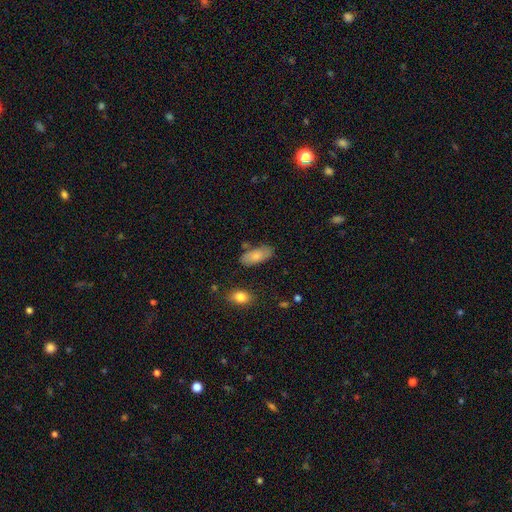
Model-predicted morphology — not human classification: Q: Smooth or featured?
A: smooth (79%); runner-up: featured or disk (14%)
Q: How rounded?
A: in between (86%); runner-up: cigar-shaped (11%)
Q: Merging?
A: none (74%); runner-up: minor disturbance (18%)